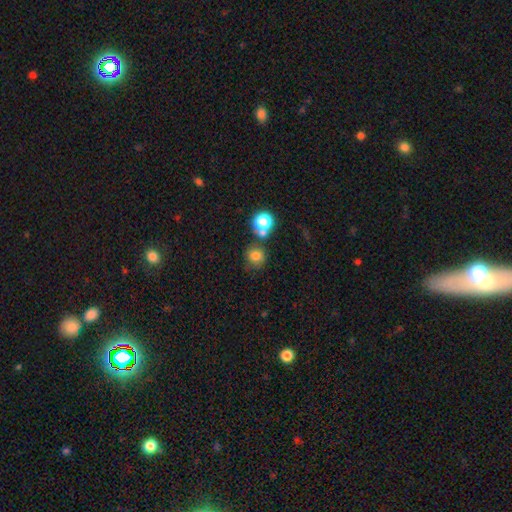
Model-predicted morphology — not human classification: This is likely a smooth galaxy (77%). How rounded: clearly round (83%). Merging: likely none (61%).